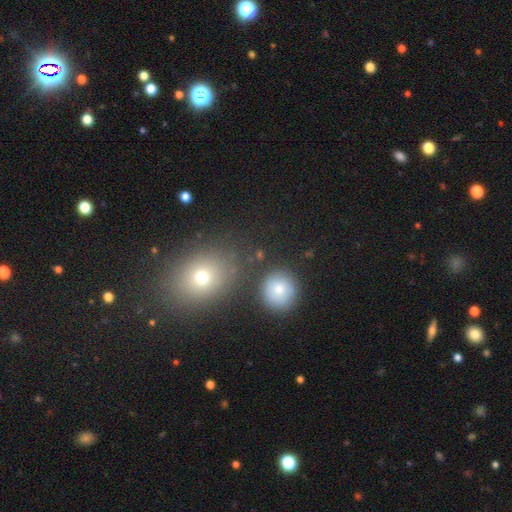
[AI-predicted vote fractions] Q: Smooth or featured?
A: smooth (52%); runner-up: star or artifact (34%)
Q: How rounded?
A: round (59%); runner-up: in between (39%)
Q: Merging?
A: none (79%); runner-up: merger (9%)